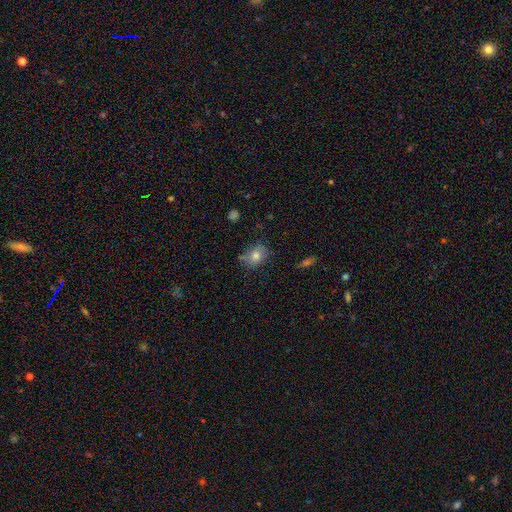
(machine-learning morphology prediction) smooth-or-featured: smooth: 75% | featured or disk: 14% | star or artifact: 10%
  how-rounded: in between: 58% | round: 41% | cigar-shaped: 1%
  merging: none: 65% | minor disturbance: 24% | major disturbance: 6% | merger: 5%